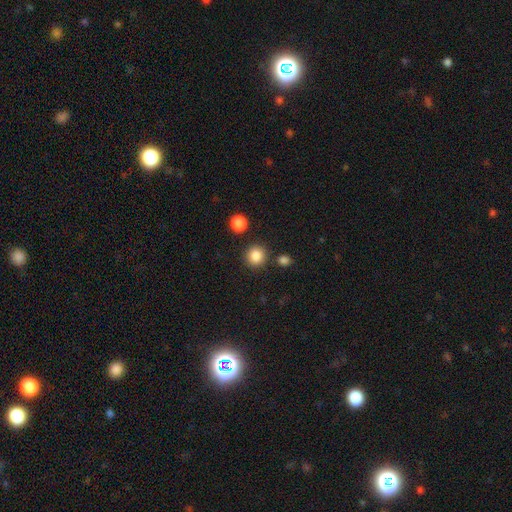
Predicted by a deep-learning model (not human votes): smooth_or_featured: smooth (p=0.86) [alt: star or artifact p=0.11]
how_rounded: round (p=0.92) [alt: in between p=0.07]
merging: none (p=0.86) [alt: minor disturbance p=0.07]